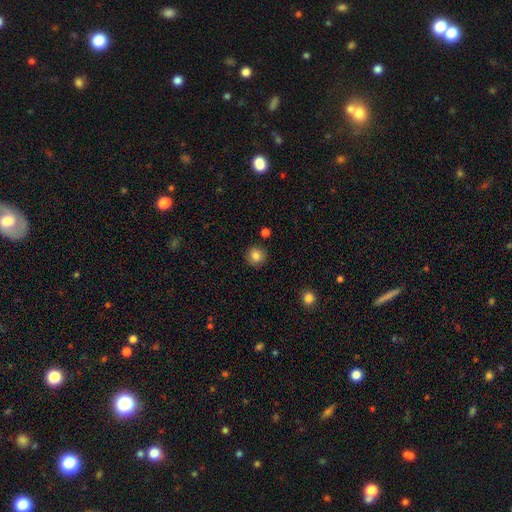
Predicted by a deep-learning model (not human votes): Smooth or featured?
  - smooth: 84% *
  - star or artifact: 10%
  - featured or disk: 6%
How rounded?
  - round: 91% *
  - in between: 8%
  - cigar-shaped: 1%
Merging?
  - none: 90% *
  - minor disturbance: 6%
  - merger: 2%
  - major disturbance: 2%